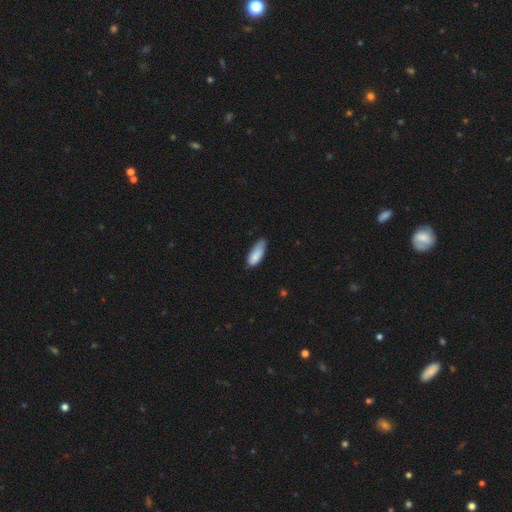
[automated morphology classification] Smooth or featured: smooth — 82% (featured or disk — 12%)
How rounded: in between — 73% (cigar-shaped — 26%)
Merging: none — 52% (minor disturbance — 39%)